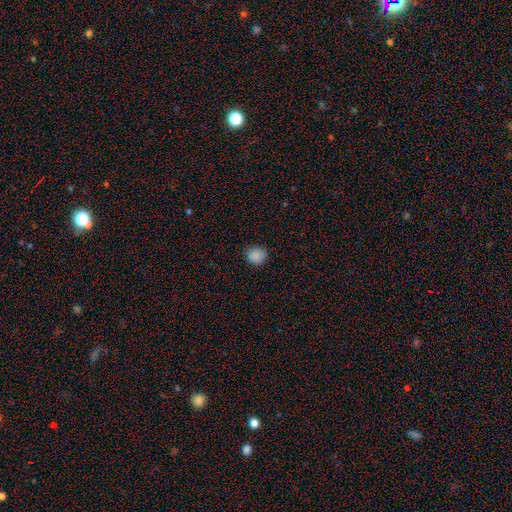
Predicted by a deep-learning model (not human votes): smooth_or_featured: smooth (p=0.87) [alt: star or artifact p=0.10]
how_rounded: round (p=0.77) [alt: in between p=0.22]
merging: none (p=0.87) [alt: minor disturbance p=0.09]